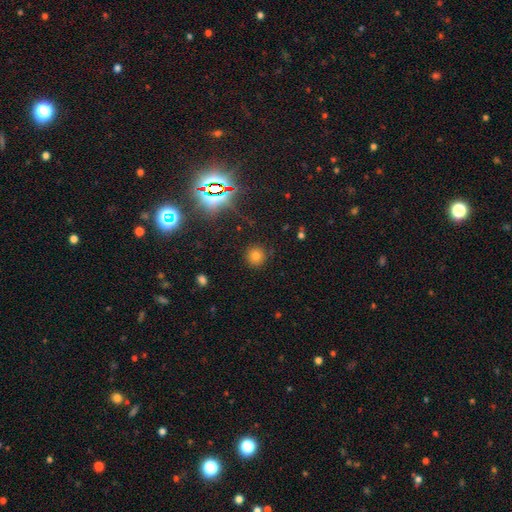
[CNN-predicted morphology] Q: Smooth or featured?
A: smooth (73%); runner-up: star or artifact (20%)
Q: How rounded?
A: round (93%); runner-up: in between (6%)
Q: Merging?
A: none (89%); runner-up: minor disturbance (7%)